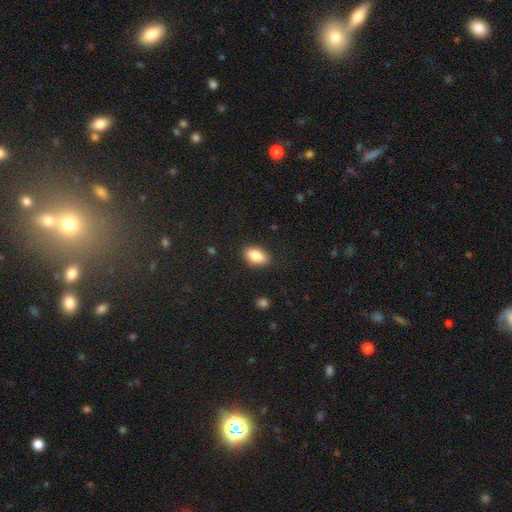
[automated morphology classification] This is clearly a smooth galaxy (85%). How rounded: clearly in between (90%). Merging: clearly none (87%).